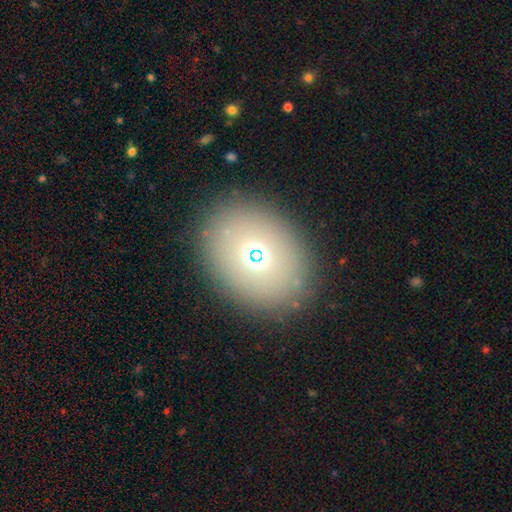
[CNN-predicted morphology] Overall: smooth (62%). How rounded: in between (62%; round 37%). Merging: none (85%).